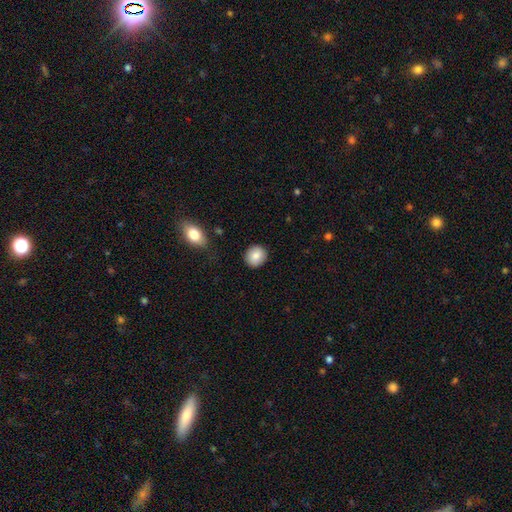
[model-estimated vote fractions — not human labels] Smooth or featured?
  - smooth: 85% *
  - star or artifact: 8%
  - featured or disk: 7%
How rounded?
  - round: 83% *
  - in between: 16%
  - cigar-shaped: 1%
Merging?
  - none: 88% *
  - minor disturbance: 8%
  - major disturbance: 2%
  - merger: 1%